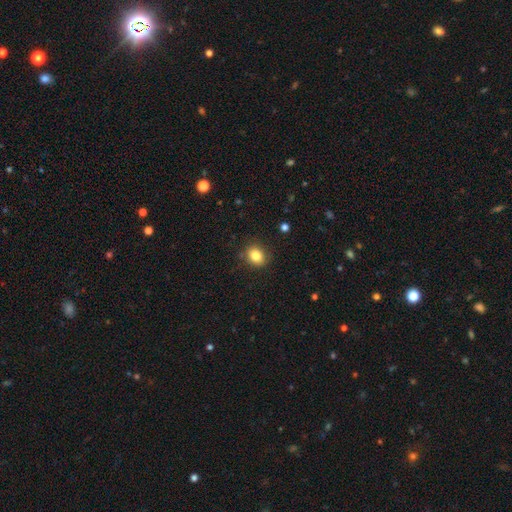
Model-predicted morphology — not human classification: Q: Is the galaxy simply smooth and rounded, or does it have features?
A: smooth — 83%.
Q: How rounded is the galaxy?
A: round — 58%.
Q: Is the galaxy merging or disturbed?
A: none — 86%.